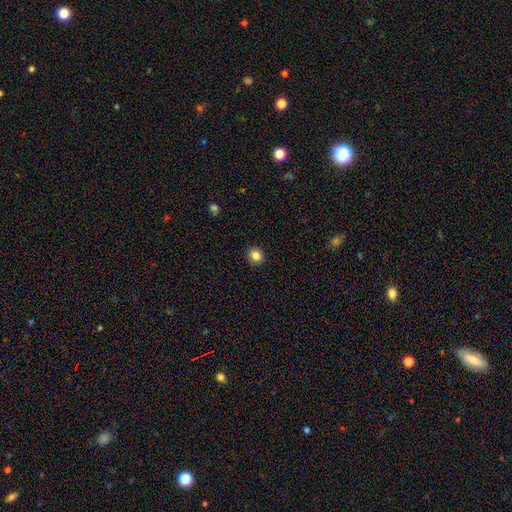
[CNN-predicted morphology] The model was most divided on "smooth or featured": smooth: 84%, star or artifact: 11%, featured or disk: 5%. More confident: merging — none (92%); how rounded — round (88%).